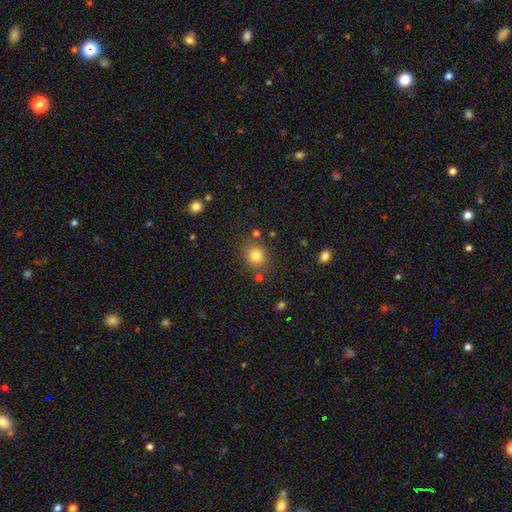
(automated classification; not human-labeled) Smooth or featured? smooth (79%)
How rounded? round (80%)
Merging? none (79%)